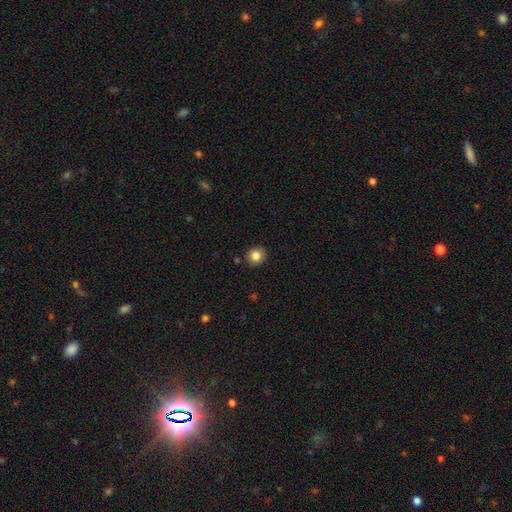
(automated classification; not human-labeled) Smooth or featured?
  - smooth: 84% *
  - star or artifact: 10%
  - featured or disk: 5%
How rounded?
  - round: 89% *
  - in between: 10%
  - cigar-shaped: 1%
Merging?
  - none: 90% *
  - minor disturbance: 7%
  - major disturbance: 2%
  - merger: 2%